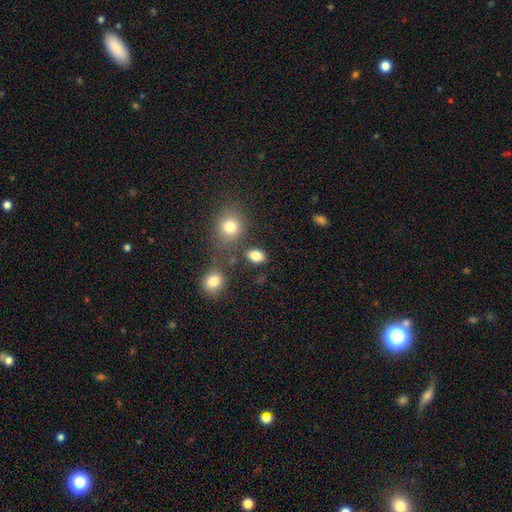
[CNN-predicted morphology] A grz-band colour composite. It shows a smooth galaxy with no disk features (83%) that is in between round and cigar-shaped (73%). Merging: none (74%).